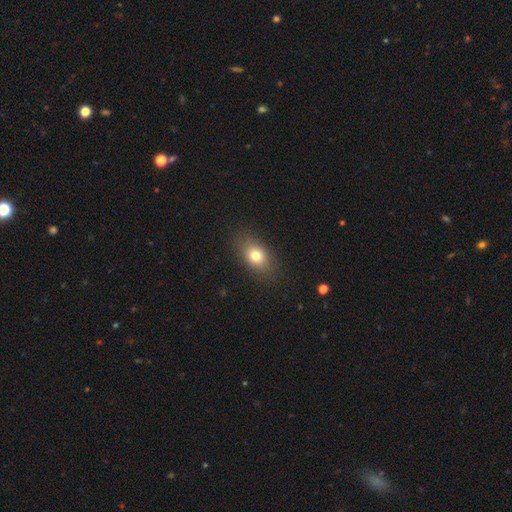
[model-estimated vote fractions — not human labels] smooth 75%, featured or disk 14%, star or artifact 11%. Down the decision tree: how rounded — in between (77%); merging — none (85%).